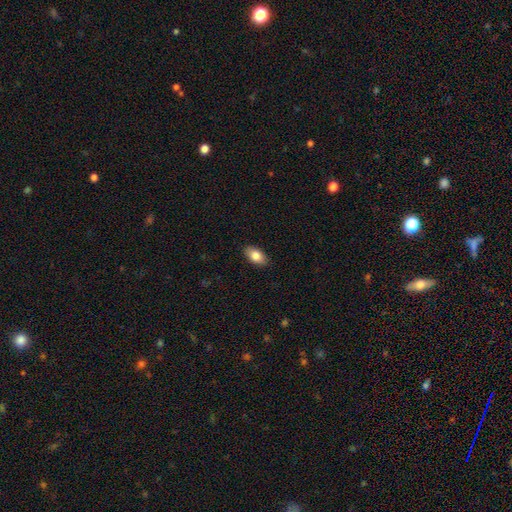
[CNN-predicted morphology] smooth-or-featured: smooth: 83% | featured or disk: 10% | star or artifact: 7%
  how-rounded: in between: 92% | round: 5% | cigar-shaped: 3%
  merging: none: 88% | minor disturbance: 9% | major disturbance: 2% | merger: 1%